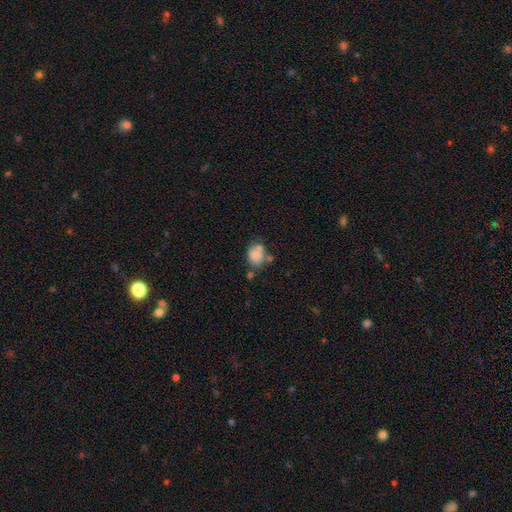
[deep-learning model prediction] Q: Smooth or featured?
A: smooth (77%); runner-up: featured or disk (13%)
Q: How rounded?
A: in between (58%); runner-up: round (41%)
Q: Merging?
A: none (46%); runner-up: merger (24%)